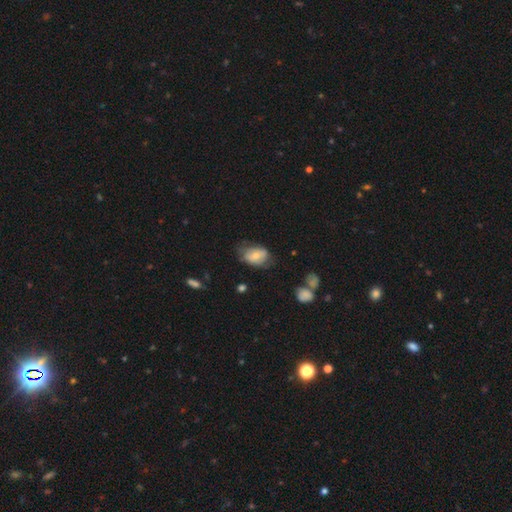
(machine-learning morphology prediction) This appears to be a smooth galaxy with no disk features (63%) that is in between round and cigar-shaped (80%). Merging: none (50%).